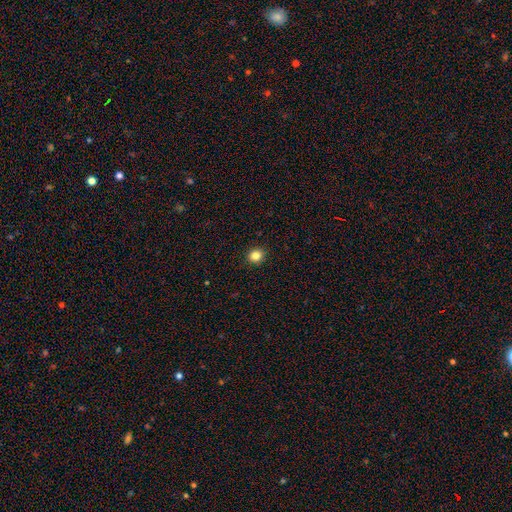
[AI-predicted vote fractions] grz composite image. It shows a smooth galaxy with no disk features (84%) that is round (82%). Merging: none (92%).